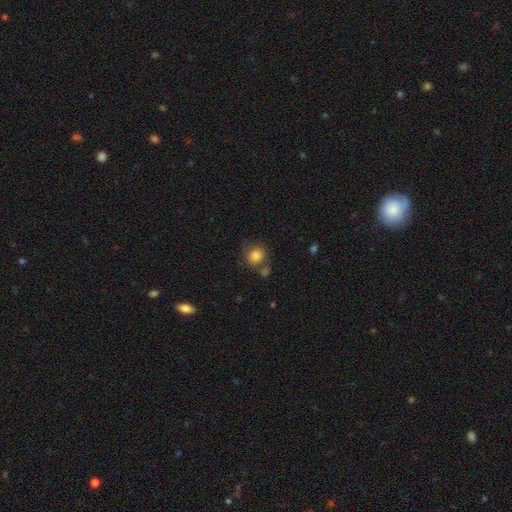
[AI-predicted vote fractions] Overall: smooth (81%). How rounded: round (87%). Merging: none (63%).